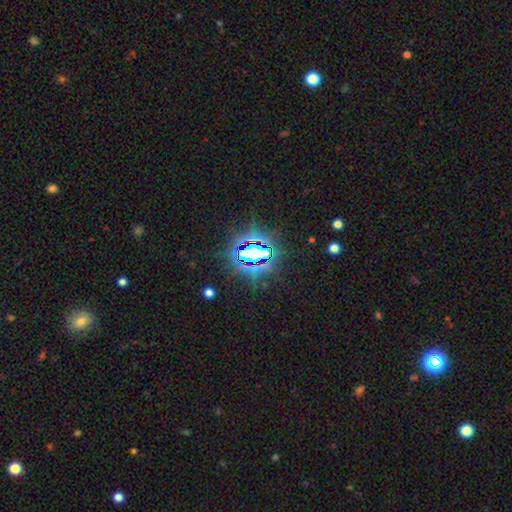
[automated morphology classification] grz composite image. It shows a star or artifact, not a galaxy (81%).